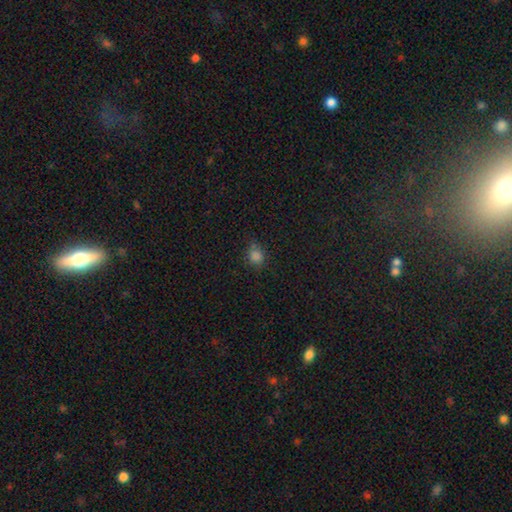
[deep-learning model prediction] Overall: smooth (78%). How rounded: round (66%; in between 33%). Merging: none (69%).